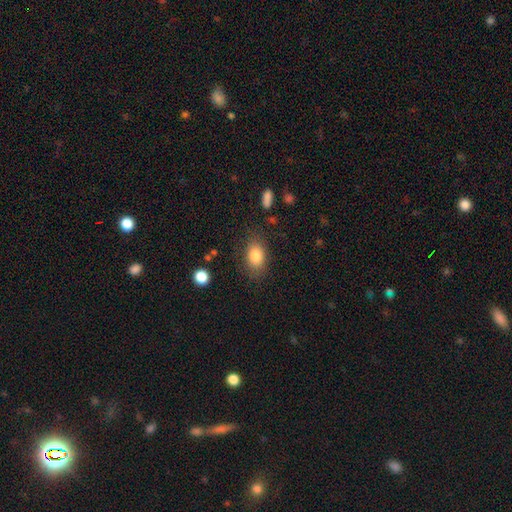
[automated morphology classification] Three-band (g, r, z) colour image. It shows a smooth galaxy with no disk features (83%) that is in between round and cigar-shaped (80%). Merging: none (80%).